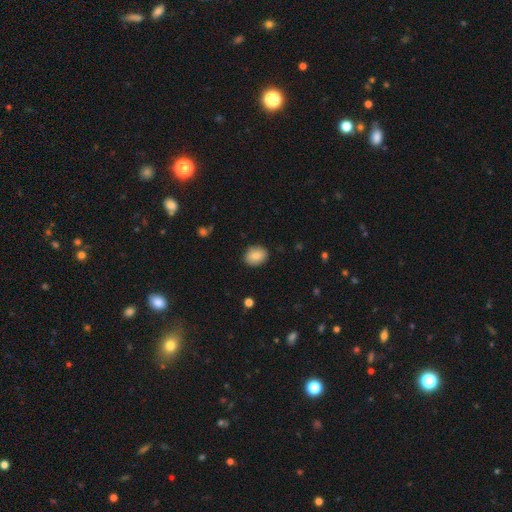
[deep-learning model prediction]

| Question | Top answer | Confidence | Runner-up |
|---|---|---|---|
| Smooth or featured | smooth | 85% | star or artifact (8%) |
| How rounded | in between | 55% | round (44%) |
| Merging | none | 87% | minor disturbance (9%) |